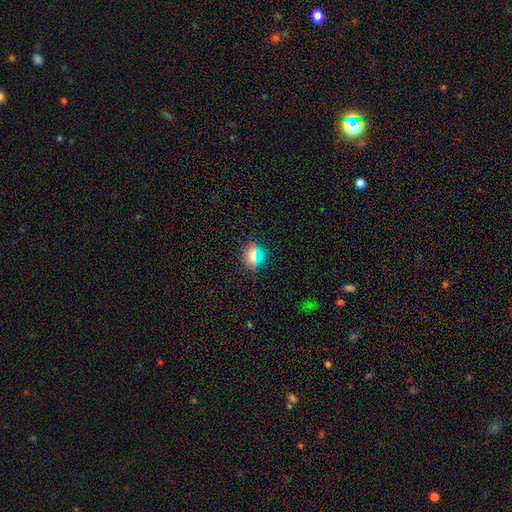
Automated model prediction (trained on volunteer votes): Smooth or featured? Predicted: smooth (p=0.67). How rounded? Predicted: round (p=0.72). Merging? Predicted: none (p=0.88).